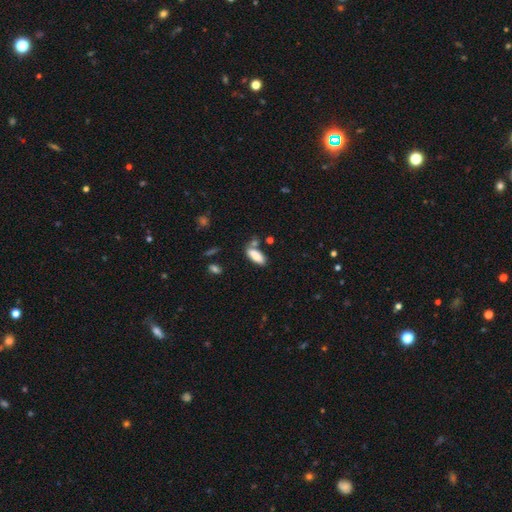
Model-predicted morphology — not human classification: smooth 81%, featured or disk 12%, star or artifact 7%. Down the decision tree: how rounded — in between (77%); merging — none (60%).